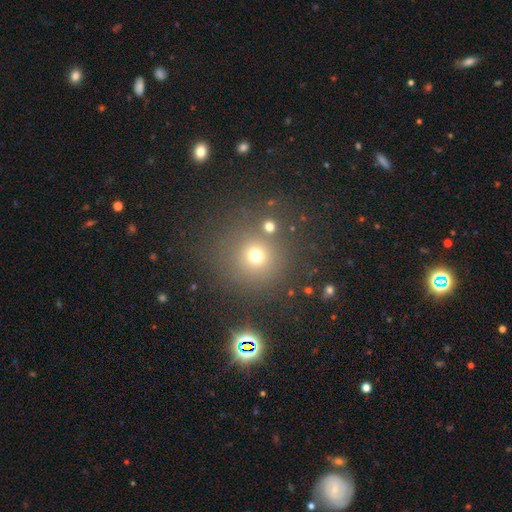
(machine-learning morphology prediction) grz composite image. It shows a smooth galaxy with no disk features (69%) that is round (91%). Merging: none (76%).